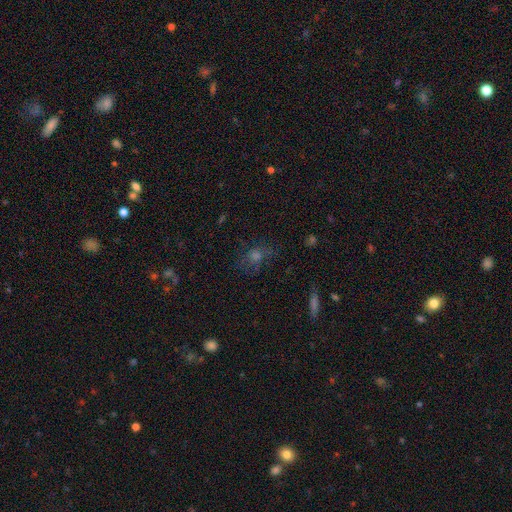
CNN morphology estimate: Q: Smooth or featured?
A: smooth (43%); runner-up: star or artifact (35%)
Q: Merging?
A: none (68%); runner-up: minor disturbance (18%)